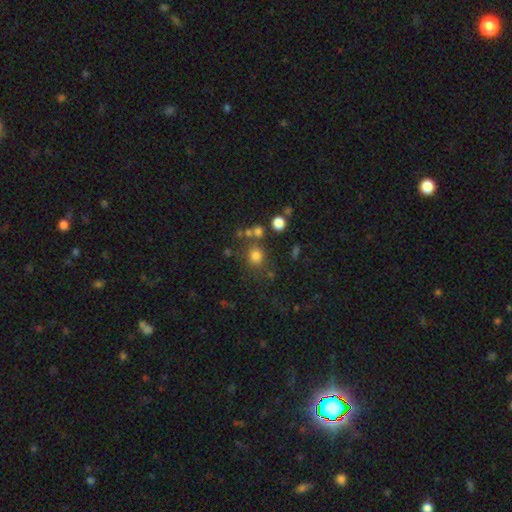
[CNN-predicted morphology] Q: Smooth or featured?
A: smooth (76%); runner-up: star or artifact (16%)
Q: How rounded?
A: round (83%); runner-up: in between (16%)
Q: Merging?
A: none (71%); runner-up: merger (12%)